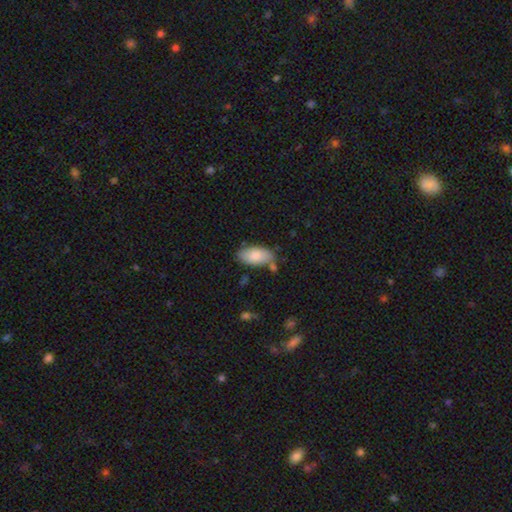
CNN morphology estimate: smooth_or_featured: smooth (p=0.80) [alt: featured or disk p=0.14]
how_rounded: in between (p=0.94) [alt: cigar-shaped p=0.03]
merging: none (p=0.72) [alt: minor disturbance p=0.17]